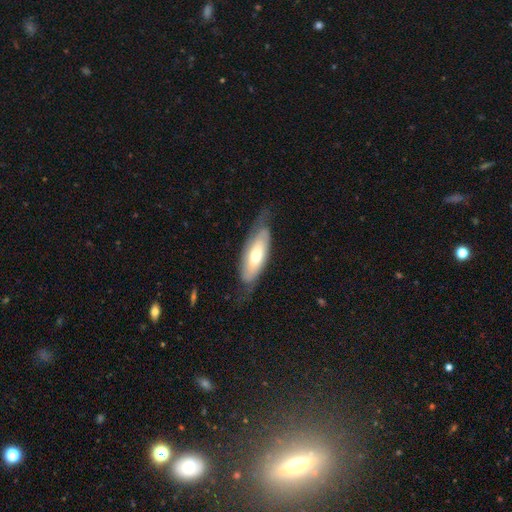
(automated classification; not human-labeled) The model was most divided on "smooth or featured": featured or disk: 53%, smooth: 41%, star or artifact: 6%. More confident: edge-on disk — no (73%); merging — none (65%).